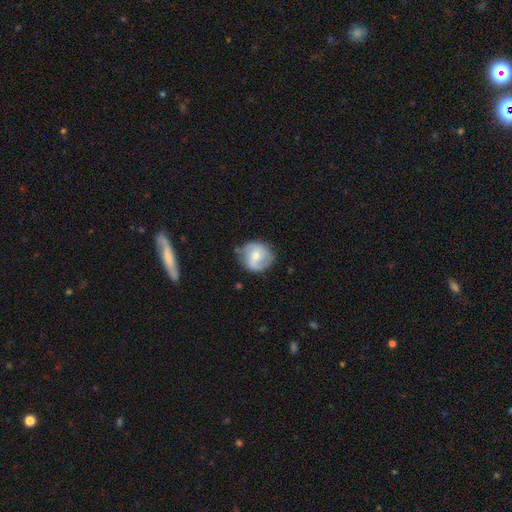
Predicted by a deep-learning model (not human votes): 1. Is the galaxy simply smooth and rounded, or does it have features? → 55% featured or disk, 38% smooth, 7% star or artifact.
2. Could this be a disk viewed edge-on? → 96% no, 4% yes.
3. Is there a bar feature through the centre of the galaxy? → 47% no, 39% weak, 14% strong.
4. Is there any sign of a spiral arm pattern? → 78% yes, 22% no.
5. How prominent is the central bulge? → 52% moderate, 44% small, 2% large, 1% none, 1% dominant.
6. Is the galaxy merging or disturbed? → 69% none, 22% minor disturbance, 7% major disturbance, 2% merger.